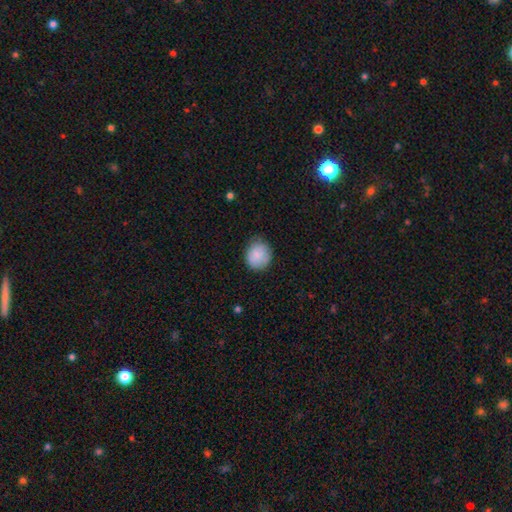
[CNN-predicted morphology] Smooth or featured? Predicted: smooth (p=0.87). How rounded? Predicted: round (p=0.73). Merging? Predicted: none (p=0.75).